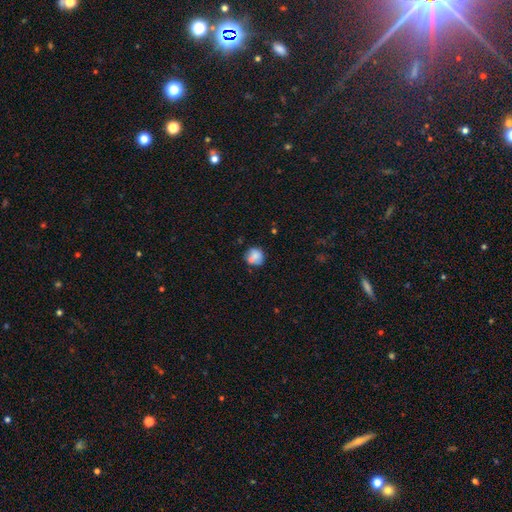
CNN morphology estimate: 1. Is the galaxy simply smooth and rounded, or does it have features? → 72% smooth, 19% featured or disk, 9% star or artifact.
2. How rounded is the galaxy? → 83% round, 16% in between, 1% cigar-shaped.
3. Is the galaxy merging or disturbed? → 56% none, 23% merger, 16% minor disturbance, 5% major disturbance.